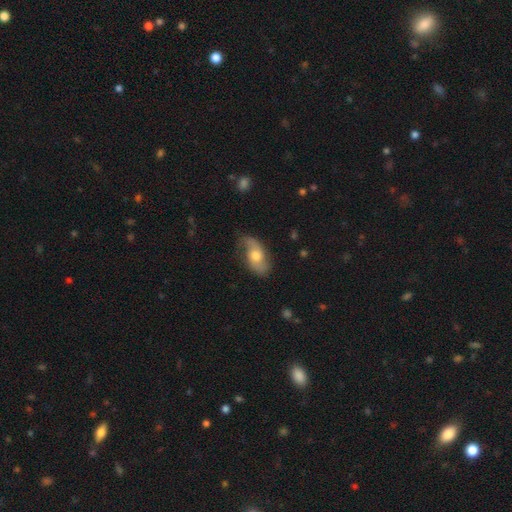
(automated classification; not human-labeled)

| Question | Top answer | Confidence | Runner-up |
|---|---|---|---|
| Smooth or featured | featured or disk | 62% | smooth (32%) |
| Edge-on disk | no | 93% | yes (7%) |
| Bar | no | 68% | weak (26%) |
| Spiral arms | yes | 86% | no (14%) |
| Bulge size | moderate | 68% | small (15%) |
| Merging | none | 66% | minor disturbance (23%) |